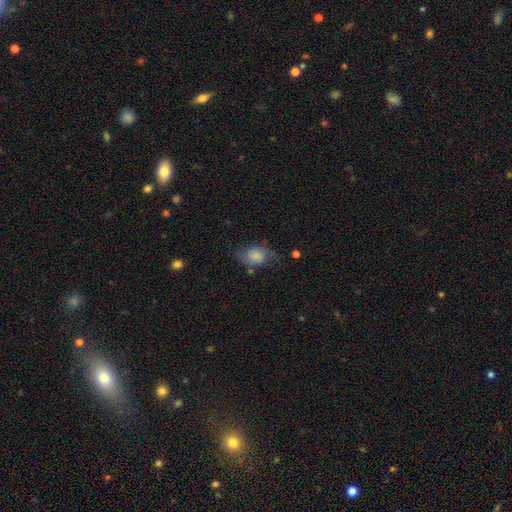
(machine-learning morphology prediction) smooth-or-featured: smooth: 57% | featured or disk: 34% | star or artifact: 9%
  how-rounded: in between: 72% | round: 26% | cigar-shaped: 2%
  merging: none: 54% | minor disturbance: 26% | major disturbance: 16% | merger: 3%